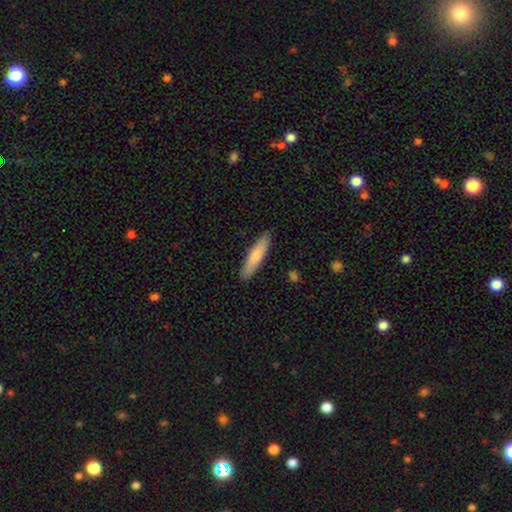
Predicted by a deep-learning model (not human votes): Smooth or featured? Predicted: smooth (p=0.80). How rounded? Predicted: cigar-shaped (p=0.82). Merging? Predicted: none (p=0.89).